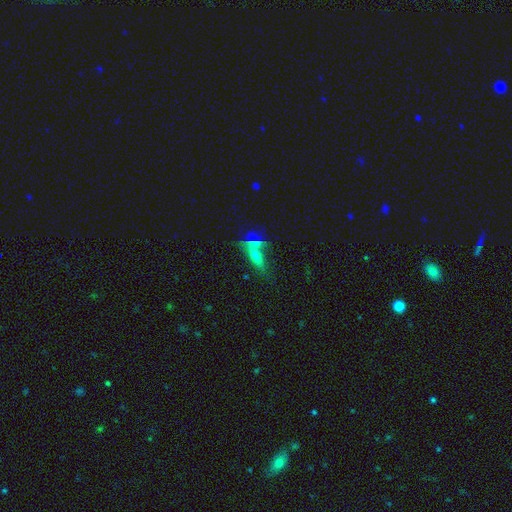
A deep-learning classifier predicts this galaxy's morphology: smooth 54%, featured or disk 30%, star or artifact 16%. Down the decision tree: how rounded — in between (55%); merging — none (46%).